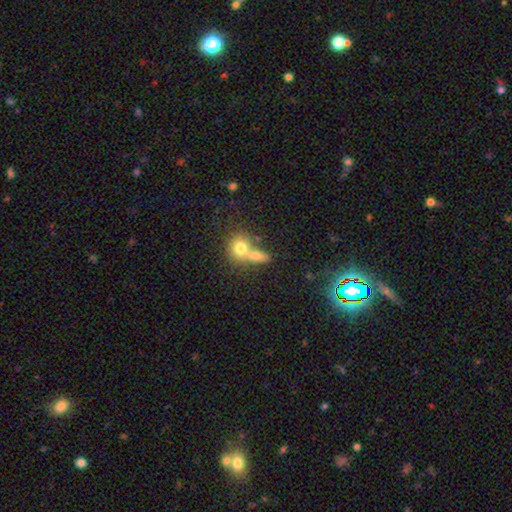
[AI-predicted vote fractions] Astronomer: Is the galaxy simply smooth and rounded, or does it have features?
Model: smooth — 74%.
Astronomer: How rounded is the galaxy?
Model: in between — 53% (runner-up: round, 40%).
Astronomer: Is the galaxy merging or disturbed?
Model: merger — 60%.